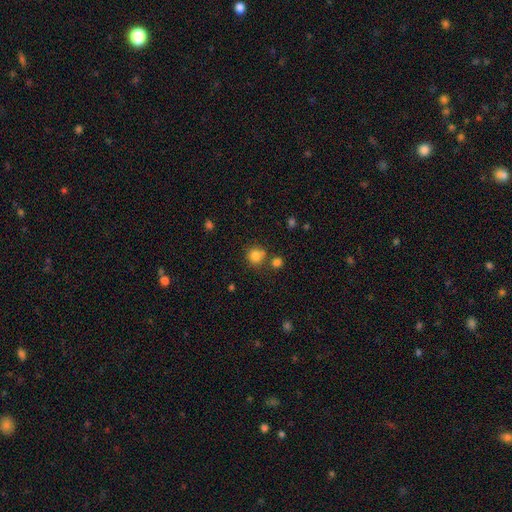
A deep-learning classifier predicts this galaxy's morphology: A smooth galaxy with no disk features (82%) that is round (89%).

Vote fractions:
- Smooth or featured? smooth: 82% / star or artifact: 12% / featured or disk: 6%
- How rounded? round: 89% / in between: 10% / cigar-shaped: 1%
- Merging? none: 70% / merger: 17% / minor disturbance: 10% / major disturbance: 3%